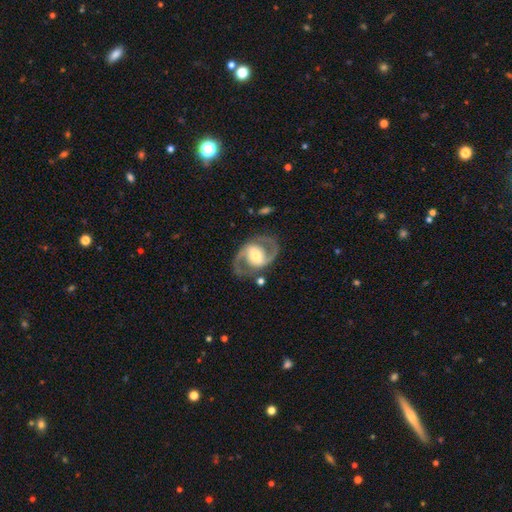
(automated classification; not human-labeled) Smooth or featured? Predicted: featured or disk (p=0.87). Edge-on disk? Predicted: no (p=0.97). Bar? Predicted: strong (p=0.39, tied with weak). Spiral arms? Predicted: yes (p=0.93). Spiral winding? Predicted: medium (p=0.60). Spiral arm count? Predicted: 2 (p=0.93). Bulge size? Predicted: moderate (p=0.57). Merging? Predicted: none (p=0.81).